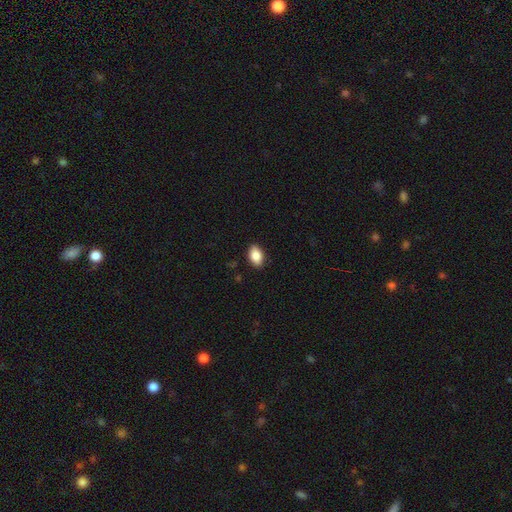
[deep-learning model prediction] A smooth galaxy with no disk features (87%) that is in between round and cigar-shaped (89%).

Vote fractions:
- Smooth or featured? smooth: 87% / star or artifact: 7% / featured or disk: 6%
- How rounded? in between: 89% / round: 9% / cigar-shaped: 2%
- Merging? none: 88% / minor disturbance: 9% / major disturbance: 2% / merger: 1%